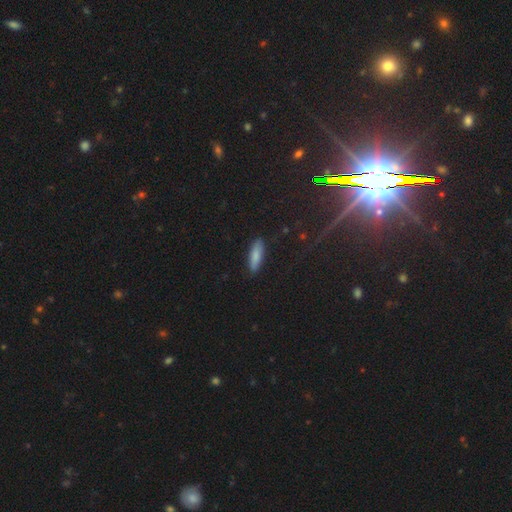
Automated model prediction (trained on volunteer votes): The model was most divided on "how rounded": cigar-shaped: 58%, in between: 40%, round: 2%. More confident: merging — none (88%); smooth or featured — smooth (83%).